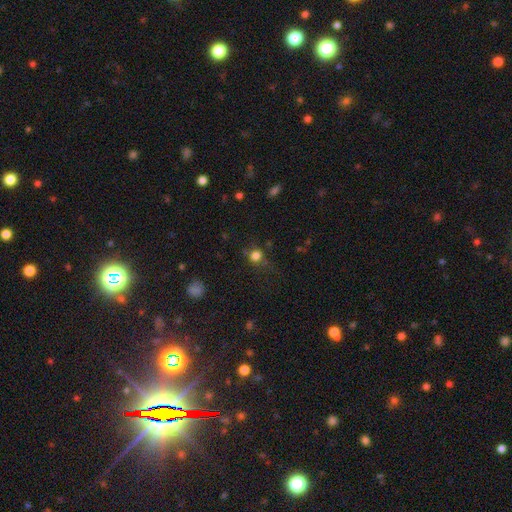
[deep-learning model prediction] A smooth galaxy with no disk features (75%) that is round (85%). Merging: none (67%).